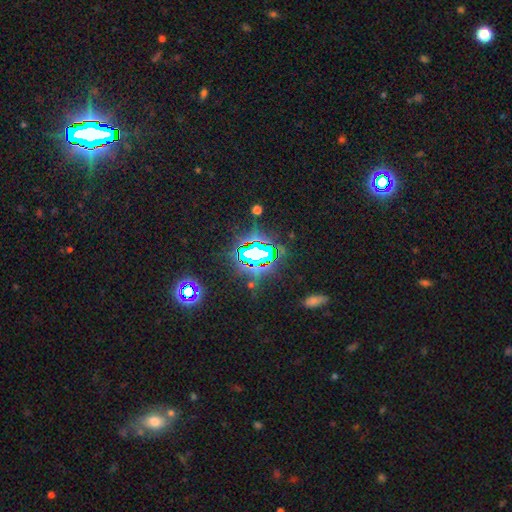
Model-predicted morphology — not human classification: The model was most divided on "smooth or featured": star or artifact: 74%, smooth: 14%, featured or disk: 12%.